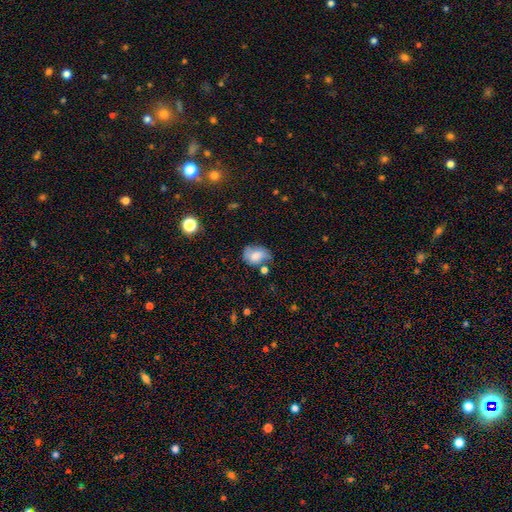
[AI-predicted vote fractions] smooth_or_featured: smooth (p=0.58) [alt: featured or disk p=0.31]
how_rounded: in between (p=0.66) [alt: round p=0.32]
merging: none (p=0.41) [alt: minor disturbance p=0.32]